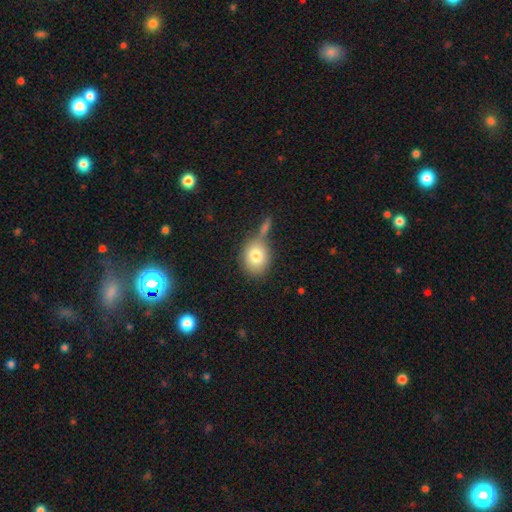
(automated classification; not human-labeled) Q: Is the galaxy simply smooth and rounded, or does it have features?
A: smooth — 79%.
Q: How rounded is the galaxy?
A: round — 58%.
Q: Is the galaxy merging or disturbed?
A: none — 57%.